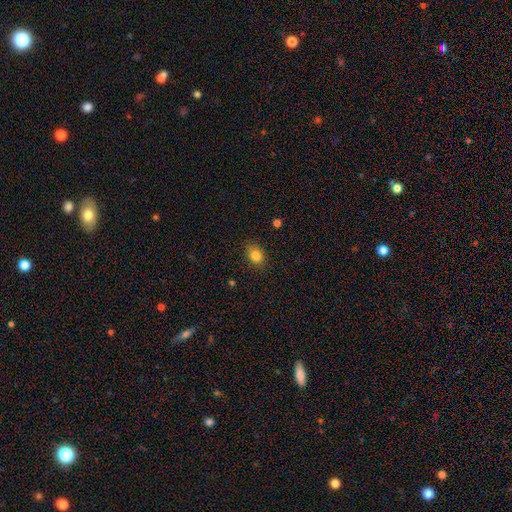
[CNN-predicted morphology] smooth 83%, star or artifact 11%, featured or disk 6%. Down the decision tree: how rounded — in between (62%); merging — none (86%).